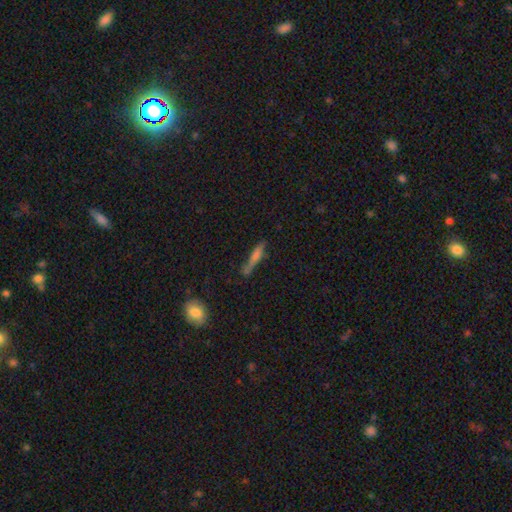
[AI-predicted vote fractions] Overall: smooth (53%; featured or disk 37%). How rounded: cigar-shaped (89%). Merging: none (68%).